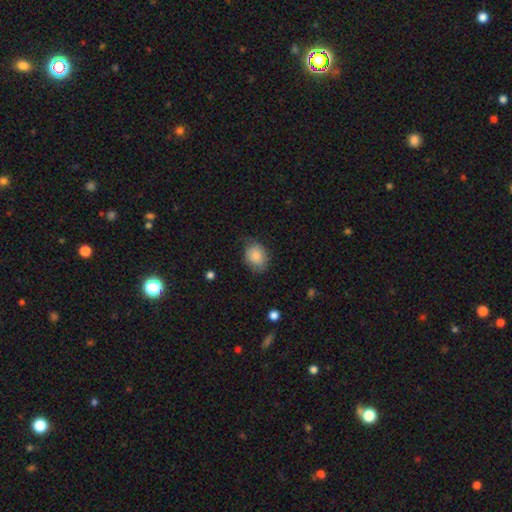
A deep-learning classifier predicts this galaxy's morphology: This appears to be a smooth galaxy with no disk features (84%) that is in between round and cigar-shaped (60%). Merging: none (63%).